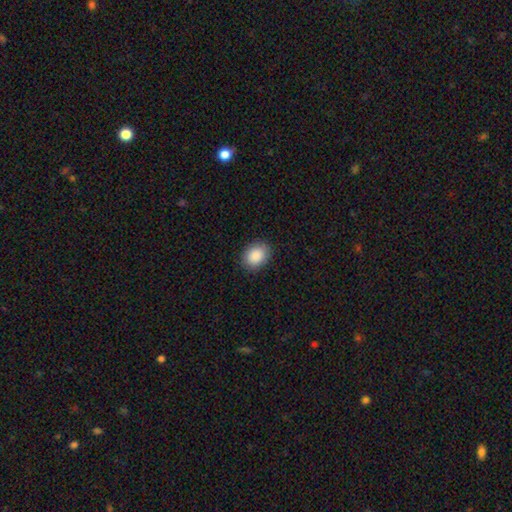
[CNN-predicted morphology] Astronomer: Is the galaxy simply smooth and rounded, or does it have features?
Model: smooth — 89%.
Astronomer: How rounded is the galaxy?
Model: in between — 62% (runner-up: round, 37%).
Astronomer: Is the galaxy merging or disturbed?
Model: none — 88%.